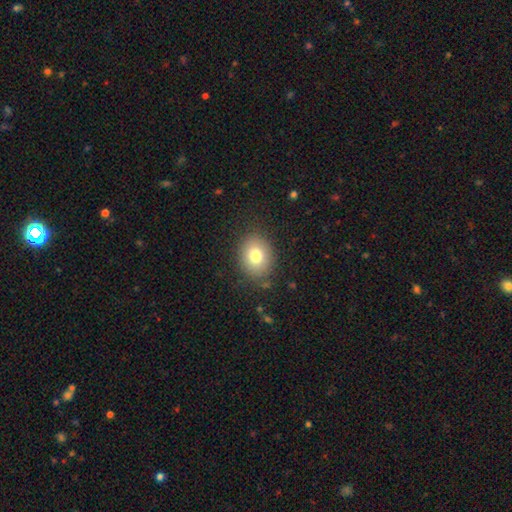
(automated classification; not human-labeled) Q: Smooth or featured?
A: smooth (78%); runner-up: featured or disk (12%)
Q: How rounded?
A: round (54%); runner-up: in between (46%)
Q: Merging?
A: none (84%); runner-up: minor disturbance (11%)